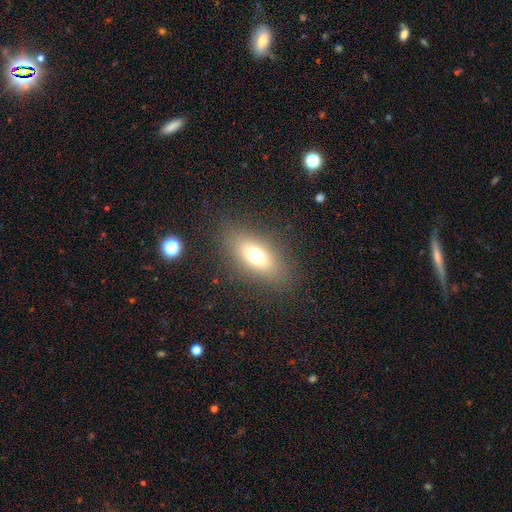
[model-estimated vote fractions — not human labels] Smooth or featured? smooth (66%)
How rounded? in between (78%)
Merging? none (83%)